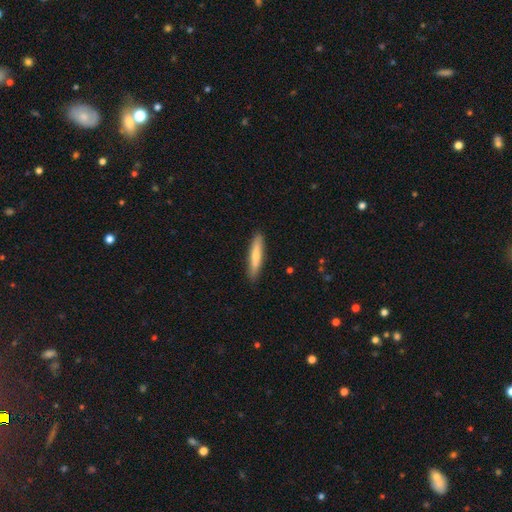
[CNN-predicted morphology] Overall: smooth (67%). How rounded: cigar-shaped (88%). Merging: none (88%).